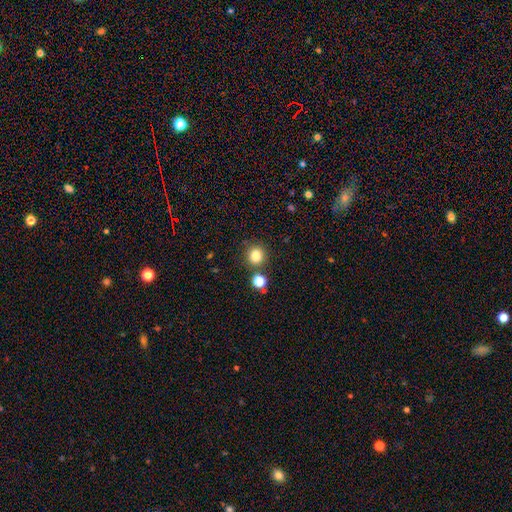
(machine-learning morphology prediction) A smooth galaxy with no disk features (82%) that is round (87%). Merging: none (79%).